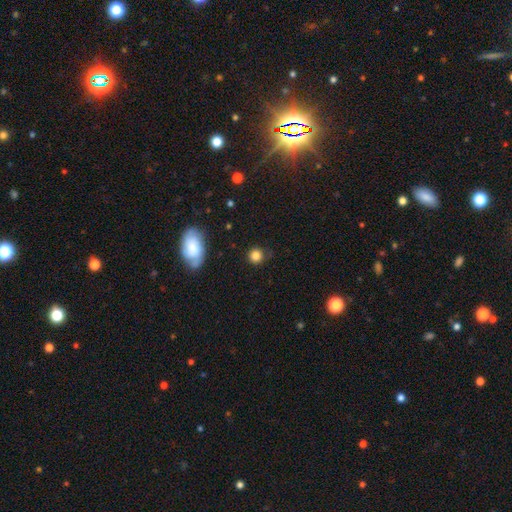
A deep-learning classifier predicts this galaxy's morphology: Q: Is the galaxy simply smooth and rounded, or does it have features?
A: smooth — 82%.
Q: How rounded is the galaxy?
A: round — 89%.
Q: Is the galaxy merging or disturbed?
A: none — 78%.